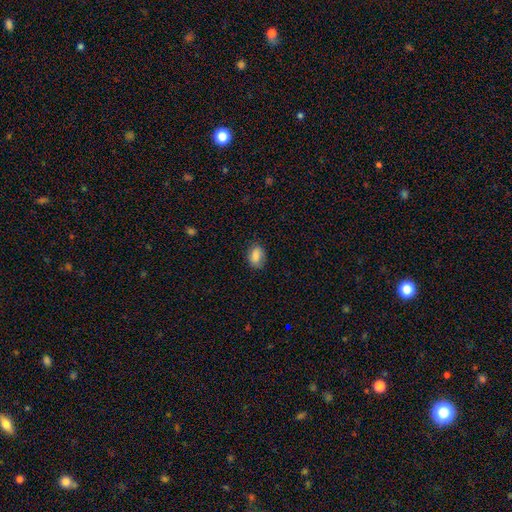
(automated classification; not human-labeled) Q: Smooth or featured?
A: smooth (83%); runner-up: featured or disk (8%)
Q: How rounded?
A: in between (78%); runner-up: round (21%)
Q: Merging?
A: none (75%); runner-up: minor disturbance (19%)